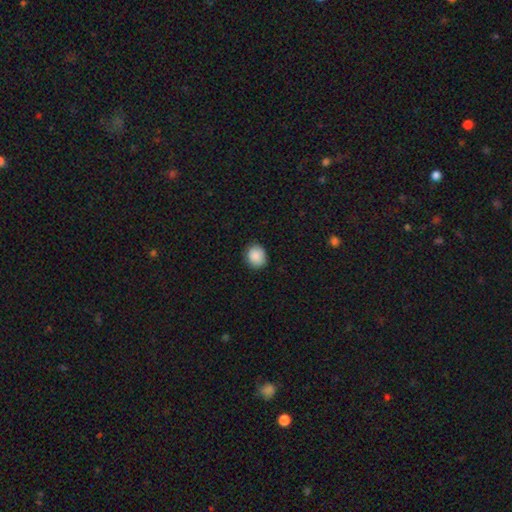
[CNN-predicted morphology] Q: Smooth or featured?
A: smooth (89%); runner-up: star or artifact (8%)
Q: How rounded?
A: round (74%); runner-up: in between (25%)
Q: Merging?
A: none (85%); runner-up: minor disturbance (12%)